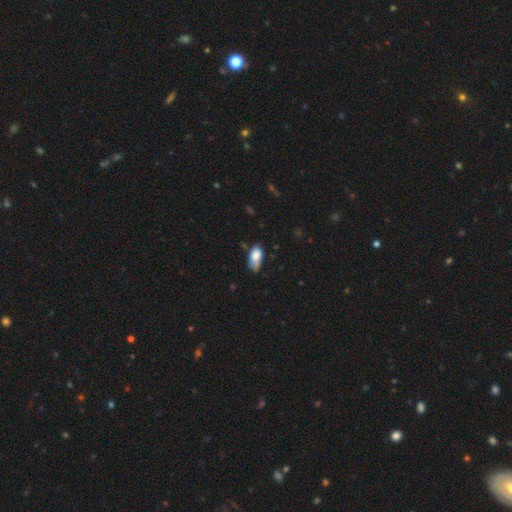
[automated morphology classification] Smooth or featured? smooth (82%)
How rounded? in between (91%)
Merging? none (45%)